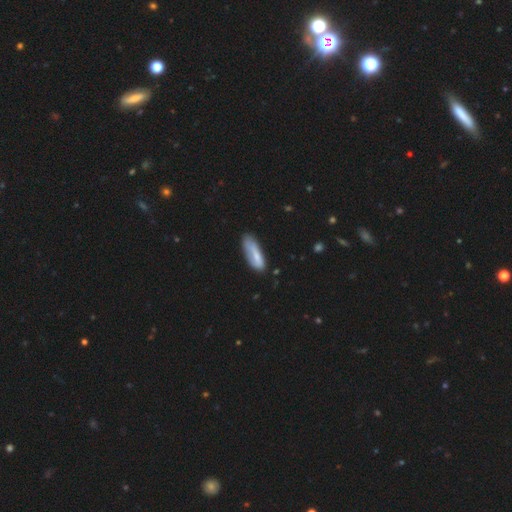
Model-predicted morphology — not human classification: Smooth or featured?
  - smooth: 73% *
  - featured or disk: 21%
  - star or artifact: 6%
How rounded?
  - in between: 56% *
  - cigar-shaped: 43%
  - round: 2%
Merging?
  - none: 54% *
  - minor disturbance: 31%
  - major disturbance: 11%
  - merger: 4%